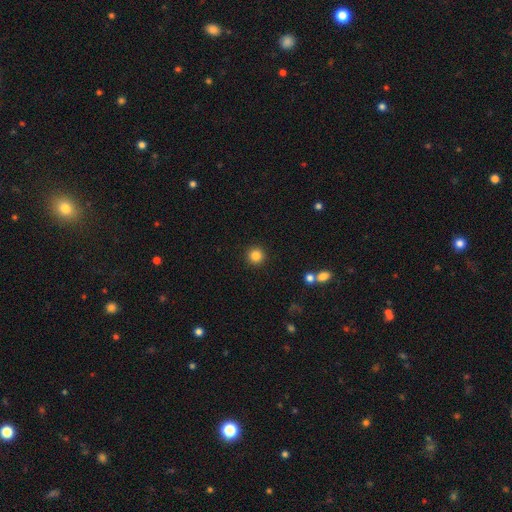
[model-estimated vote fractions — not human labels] This appears to be a smooth galaxy with no disk features (84%) that is round (95%). Merging: none (92%).